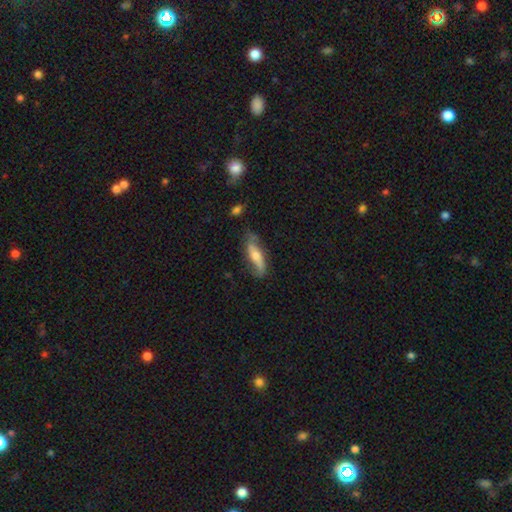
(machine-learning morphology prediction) Smooth or featured? Predicted: featured or disk (p=0.54). Edge-on disk? Predicted: no (p=0.54). Merging? Predicted: none (p=0.66).